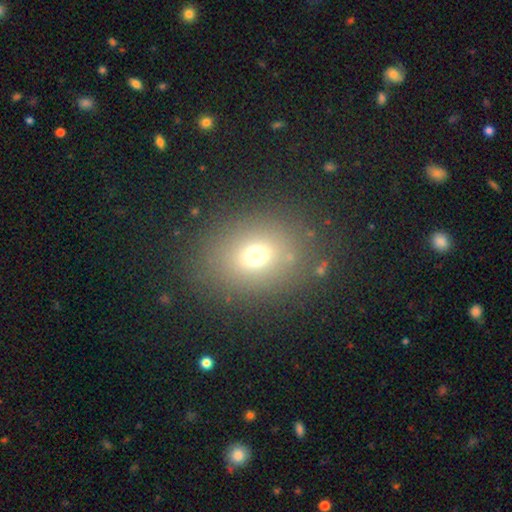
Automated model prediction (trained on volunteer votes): smooth-or-featured: smooth: 69% | star or artifact: 19% | featured or disk: 12%
  how-rounded: round: 63% | in between: 36% | cigar-shaped: 1%
  merging: none: 83% | minor disturbance: 9% | major disturbance: 6% | merger: 2%